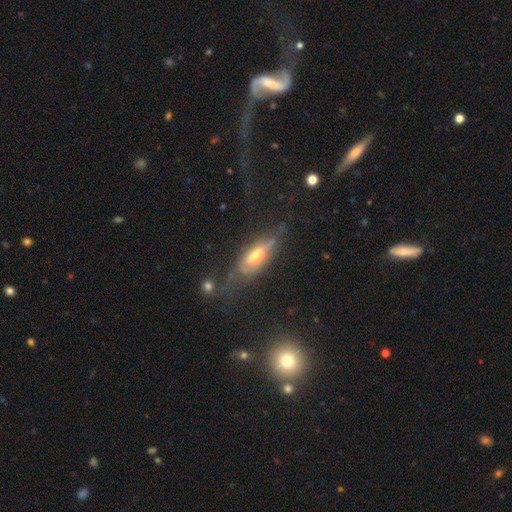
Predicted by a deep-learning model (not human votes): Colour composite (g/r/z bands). It shows a featured or disk galaxy (61%) viewed edge-on (63%). Merging: none (49%).